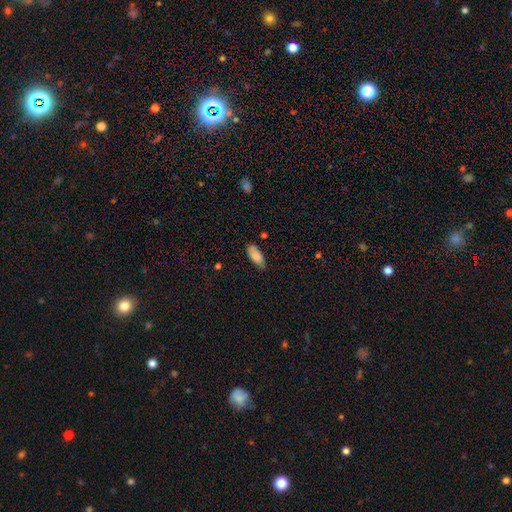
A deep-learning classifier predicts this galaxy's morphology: smooth-or-featured: smooth: 82% | featured or disk: 12% | star or artifact: 7%
  how-rounded: in between: 87% | cigar-shaped: 11% | round: 2%
  merging: none: 76% | minor disturbance: 19% | major disturbance: 3% | merger: 2%